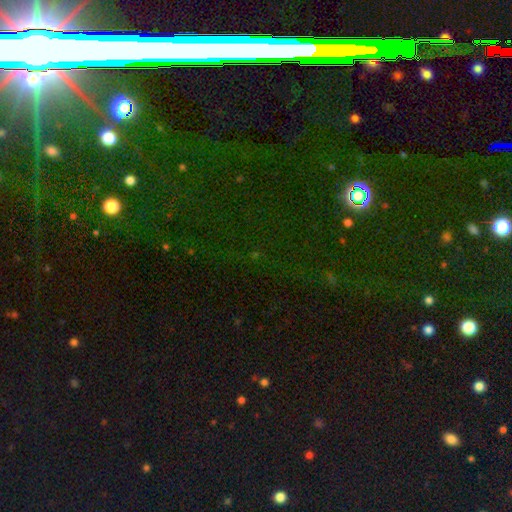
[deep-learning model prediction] This appears to be a star or artifact, not a galaxy (54%).